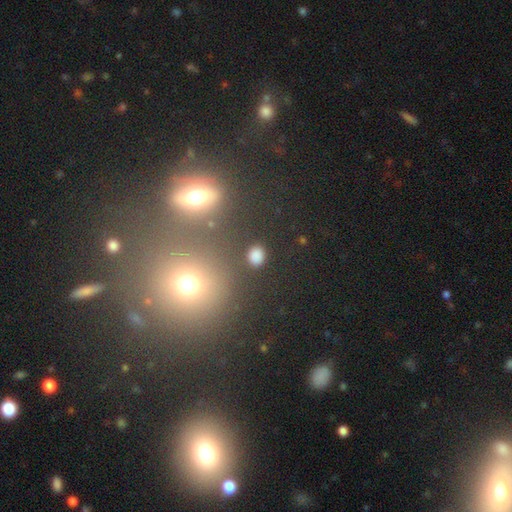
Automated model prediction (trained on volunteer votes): Morphology: type=smooth (80%); roundness=round (71%); merging=none (87%).